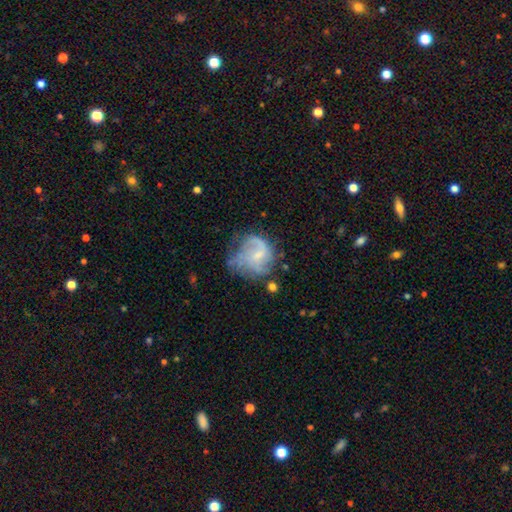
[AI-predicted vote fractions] Smooth or featured? Predicted: featured or disk (p=0.64). Edge-on disk? Predicted: no (p=0.98). Bar? Predicted: no (p=0.51). Spiral arms? Predicted: yes (p=0.74). Bulge size? Predicted: small (p=0.52). Merging? Predicted: none (p=0.39).